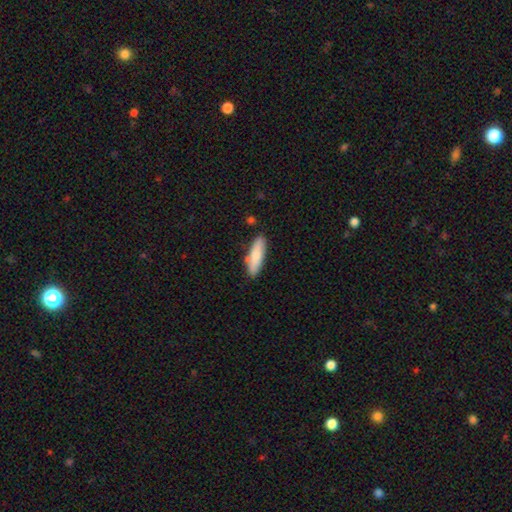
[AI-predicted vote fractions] Smooth or featured?
  - smooth: 78% *
  - featured or disk: 16%
  - star or artifact: 6%
How rounded?
  - cigar-shaped: 51% *
  - in between: 47%
  - round: 2%
Merging?
  - none: 80% *
  - minor disturbance: 13%
  - merger: 4%
  - major disturbance: 2%